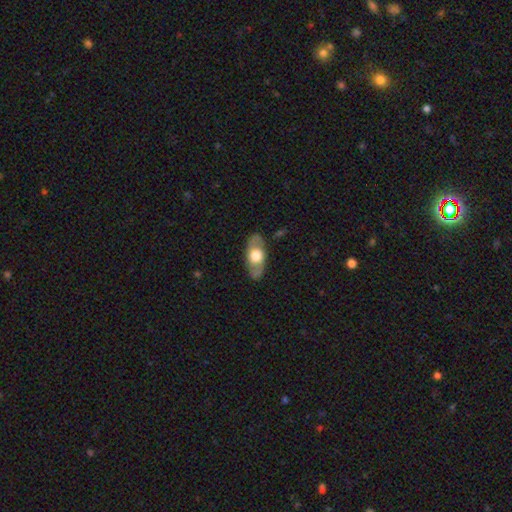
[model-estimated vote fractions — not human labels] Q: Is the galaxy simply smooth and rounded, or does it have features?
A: featured or disk — 50%.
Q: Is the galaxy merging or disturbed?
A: none — 82%.